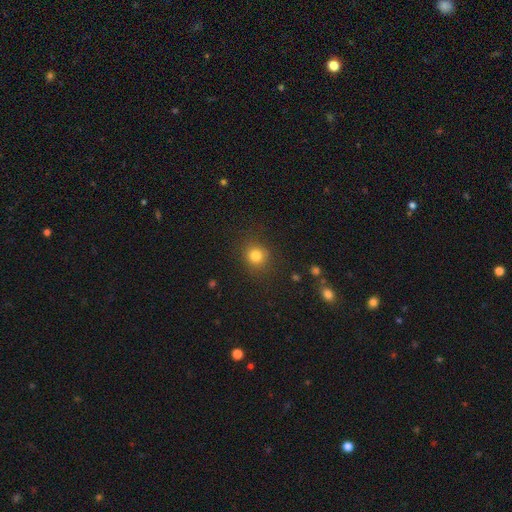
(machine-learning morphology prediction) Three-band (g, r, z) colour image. It shows a smooth galaxy with no disk features (81%) that is round (85%). Merging: none (85%).